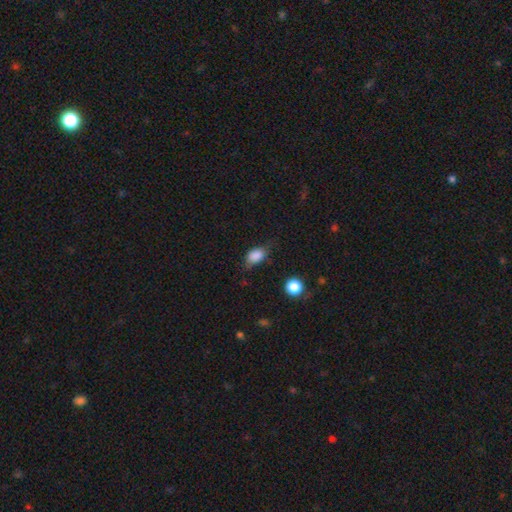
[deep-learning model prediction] Smooth or featured? smooth (82%)
How rounded? in between (81%)
Merging? none (51%)